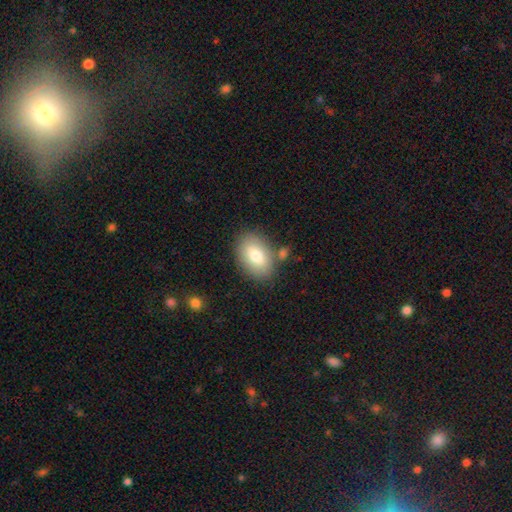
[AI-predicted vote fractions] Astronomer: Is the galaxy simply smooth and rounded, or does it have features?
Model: smooth — 77%.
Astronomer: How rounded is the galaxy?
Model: in between — 88%.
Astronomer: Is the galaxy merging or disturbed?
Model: none — 78%.